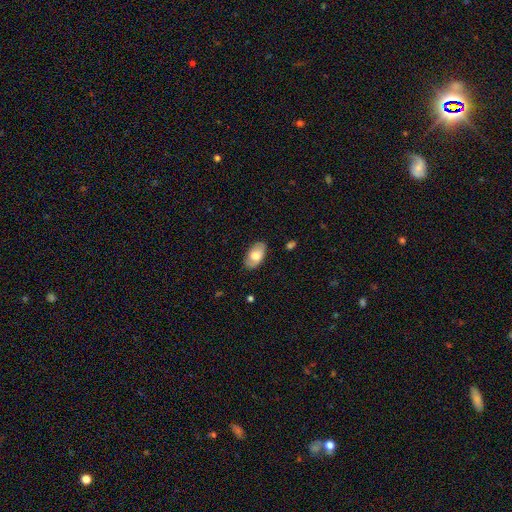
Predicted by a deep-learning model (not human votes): Smooth or featured? smooth (69%)
How rounded? in between (94%)
Merging? none (82%)